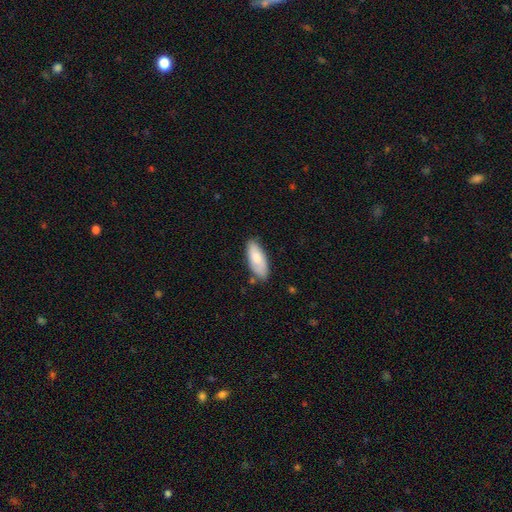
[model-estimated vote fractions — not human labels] smooth-or-featured: smooth: 79% | featured or disk: 15% | star or artifact: 6%
  how-rounded: in between: 79% | cigar-shaped: 20% | round: 2%
  merging: none: 79% | minor disturbance: 17% | major disturbance: 3% | merger: 2%